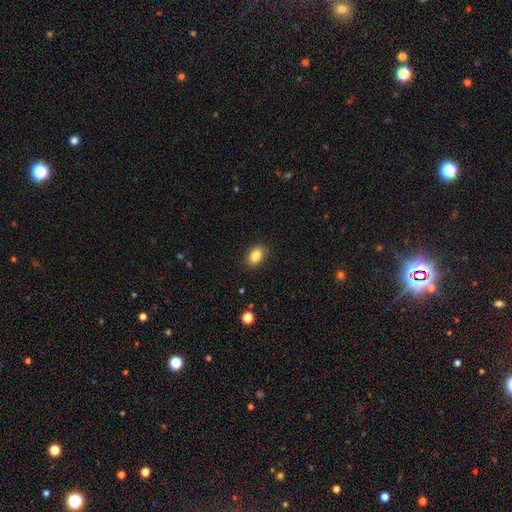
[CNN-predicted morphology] This appears to be a smooth galaxy with no disk features (84%) that is in between round and cigar-shaped (86%). Merging: none (87%).